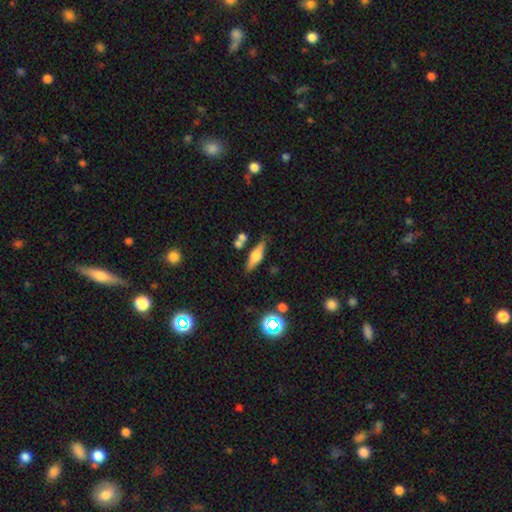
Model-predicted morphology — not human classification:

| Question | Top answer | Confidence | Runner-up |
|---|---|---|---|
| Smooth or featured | smooth | 49% | featured or disk (42%) |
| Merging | none | 75% | minor disturbance (13%) |